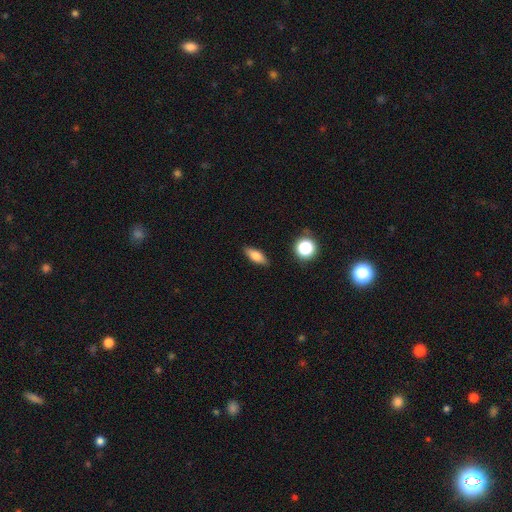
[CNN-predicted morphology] Overall: smooth (73%). How rounded: in between (71%). Merging: none (87%).